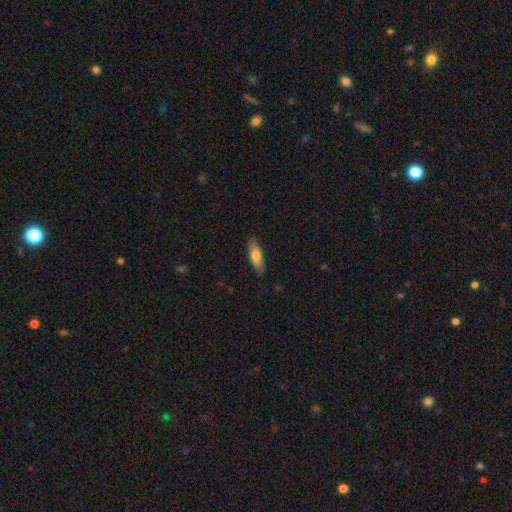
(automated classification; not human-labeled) Q: Smooth or featured?
A: smooth (75%); runner-up: featured or disk (19%)
Q: How rounded?
A: in between (60%); runner-up: cigar-shaped (38%)
Q: Merging?
A: none (85%); runner-up: minor disturbance (12%)